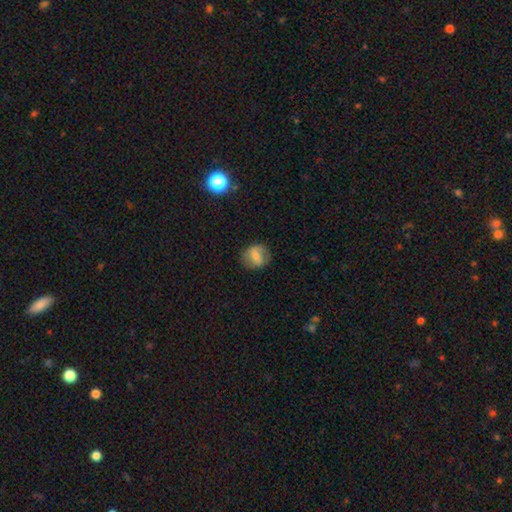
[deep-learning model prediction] Smooth or featured: smooth — 64% (featured or disk — 28%)
How rounded: round — 72% (in between — 27%)
Merging: none — 80% (minor disturbance — 14%)